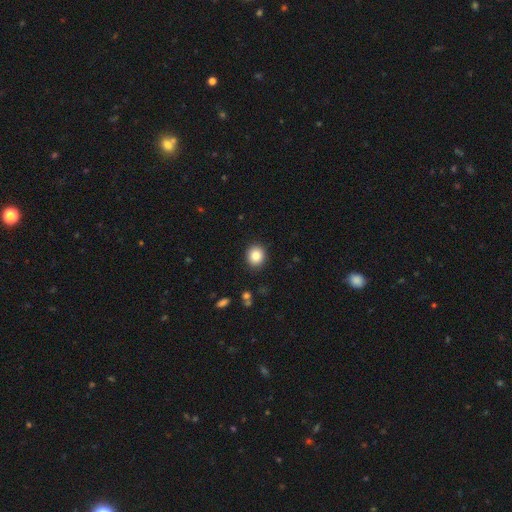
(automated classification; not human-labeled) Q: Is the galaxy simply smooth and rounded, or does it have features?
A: smooth — 84%.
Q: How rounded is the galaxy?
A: round — 76%.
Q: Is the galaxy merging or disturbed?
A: none — 91%.